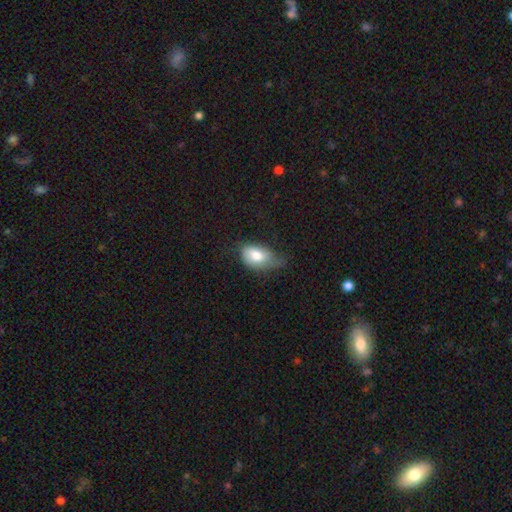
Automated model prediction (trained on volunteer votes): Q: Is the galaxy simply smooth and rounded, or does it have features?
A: smooth — 74%.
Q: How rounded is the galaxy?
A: in between — 88%.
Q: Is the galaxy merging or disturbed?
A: minor disturbance — 45%.